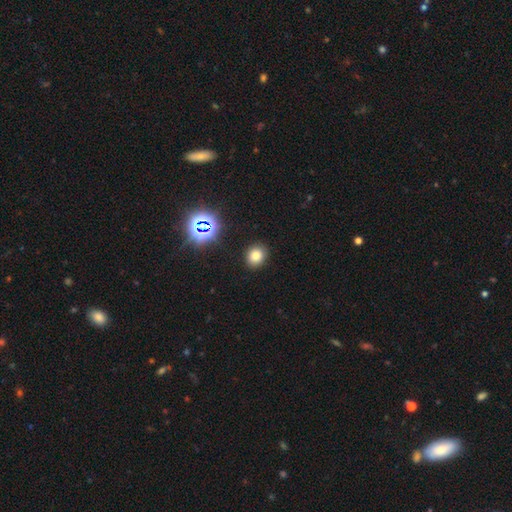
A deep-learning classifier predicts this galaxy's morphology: type=smooth (76%); roundness=round (61%); merging=none (88%).